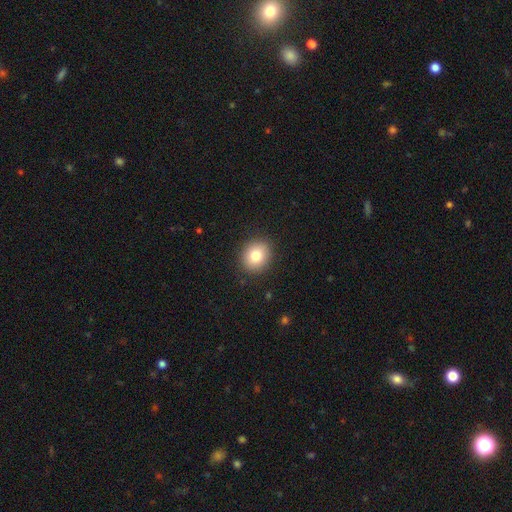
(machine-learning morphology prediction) A smooth galaxy with no disk features (81%) that is round (71%).

Vote fractions:
- Smooth or featured? smooth: 81% / star or artifact: 10% / featured or disk: 10%
- How rounded? round: 71% / in between: 28% / cigar-shaped: 1%
- Merging? none: 90% / minor disturbance: 7% / major disturbance: 2% / merger: 1%